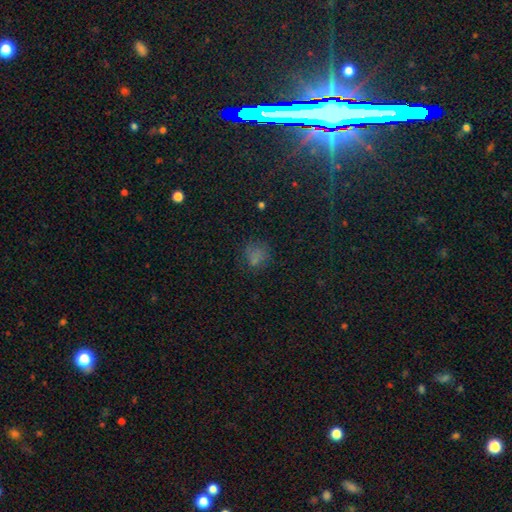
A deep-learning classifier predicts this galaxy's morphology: smooth 60%, star or artifact 29%, featured or disk 11%. Down the decision tree: how rounded — round (80%); merging — none (66%).